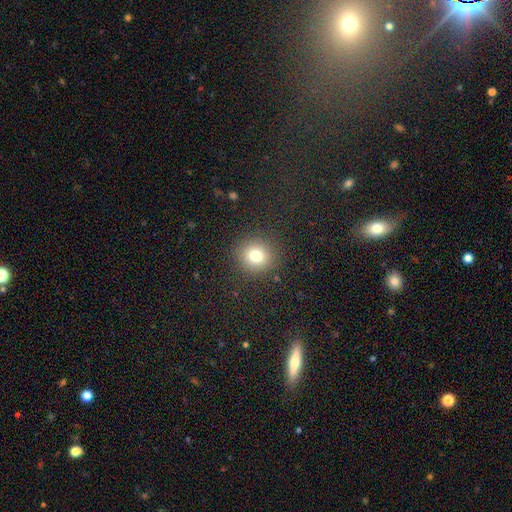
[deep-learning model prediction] Smooth or featured?
  - smooth: 78% *
  - star or artifact: 14%
  - featured or disk: 8%
How rounded?
  - round: 89% *
  - in between: 10%
  - cigar-shaped: 1%
Merging?
  - none: 89% *
  - minor disturbance: 7%
  - major disturbance: 3%
  - merger: 1%